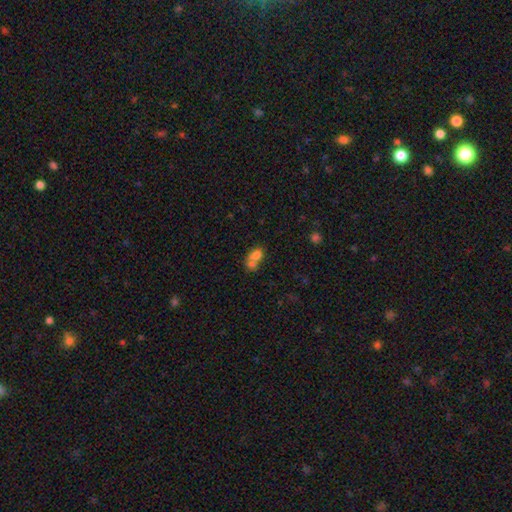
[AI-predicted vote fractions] smooth-or-featured: smooth: 70% | featured or disk: 18% | star or artifact: 11%
  how-rounded: in between: 52% | round: 46% | cigar-shaped: 2%
  merging: merger: 68% | none: 21% | minor disturbance: 7% | major disturbance: 4%